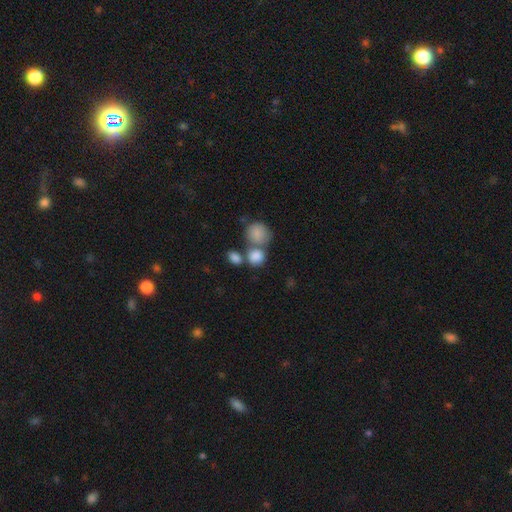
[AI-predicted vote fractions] Morphology: type=smooth (84%); roundness=round (65%); merging=merger (46%).